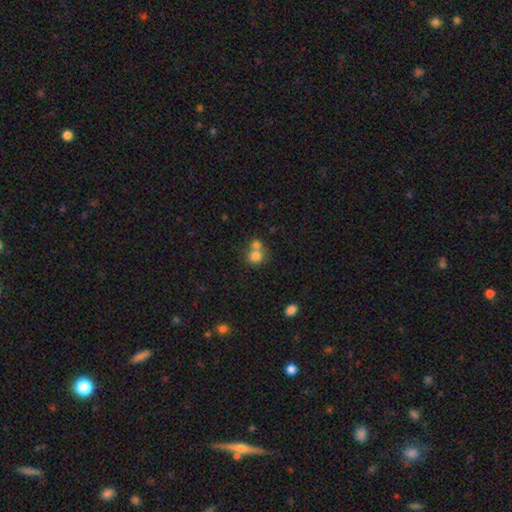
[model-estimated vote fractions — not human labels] The model was most divided on "merging": merger: 52%, none: 39%, minor disturbance: 6%, major disturbance: 3%. More confident: how rounded — round (83%); smooth or featured — smooth (78%).